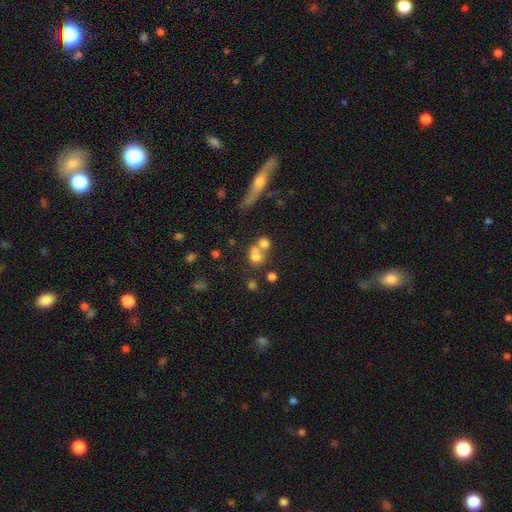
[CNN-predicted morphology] smooth_or_featured: smooth (p=0.66) [alt: featured or disk p=0.19]
how_rounded: round (p=0.69) [alt: in between p=0.29]
merging: merger (p=0.55) [alt: none p=0.31]